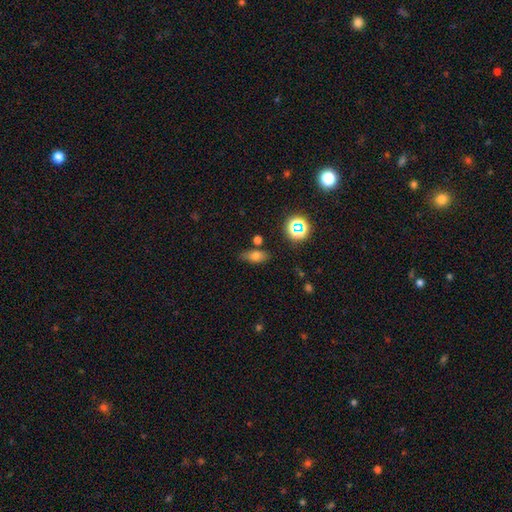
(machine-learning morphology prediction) A smooth galaxy with no disk features (69%) that is in between round and cigar-shaped (75%). Merging: none (73%).